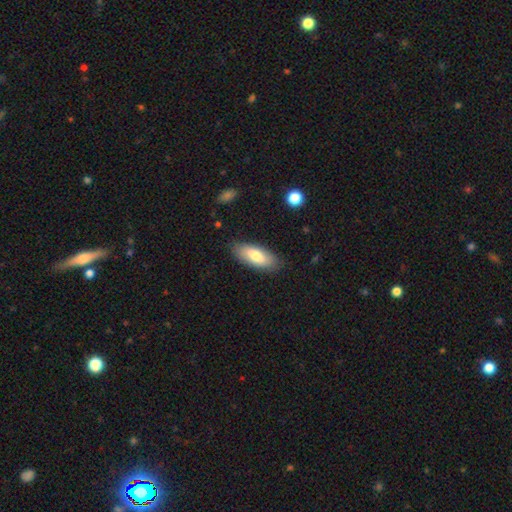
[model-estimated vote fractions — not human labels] A smooth galaxy with no disk features (76%) that is in between round and cigar-shaped (81%).

Vote fractions:
- Smooth or featured? smooth: 76% / featured or disk: 18% / star or artifact: 6%
- How rounded? in between: 81% / cigar-shaped: 17% / round: 2%
- Merging? none: 85% / minor disturbance: 11% / major disturbance: 3% / merger: 1%